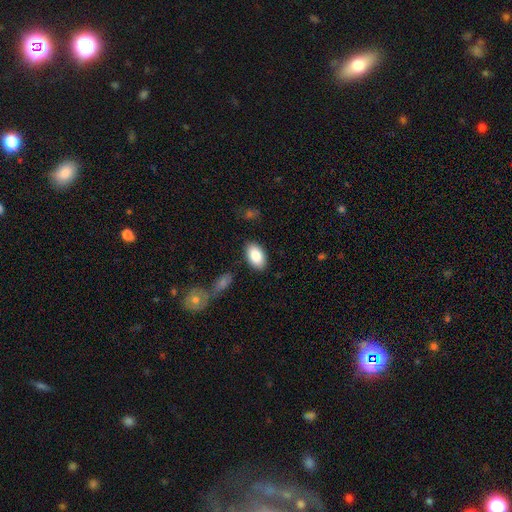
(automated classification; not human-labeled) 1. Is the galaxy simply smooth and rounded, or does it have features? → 85% smooth, 9% featured or disk, 6% star or artifact.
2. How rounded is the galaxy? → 94% in between, 5% round, 2% cigar-shaped.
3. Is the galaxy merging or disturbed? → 85% none, 10% minor disturbance, 3% major disturbance, 2% merger.